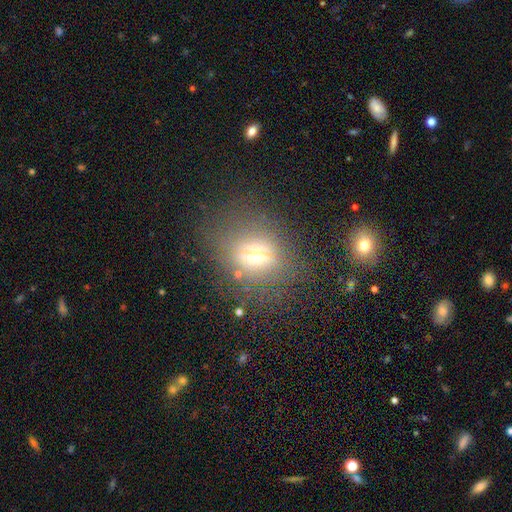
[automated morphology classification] Q: Smooth or featured?
A: featured or disk (49%); runner-up: smooth (33%)
Q: Merging?
A: none (75%); runner-up: minor disturbance (14%)